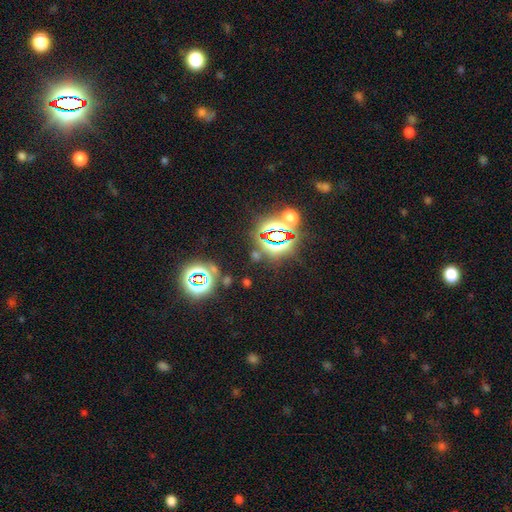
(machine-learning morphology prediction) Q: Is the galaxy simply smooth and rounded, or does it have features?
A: star or artifact — 77%.